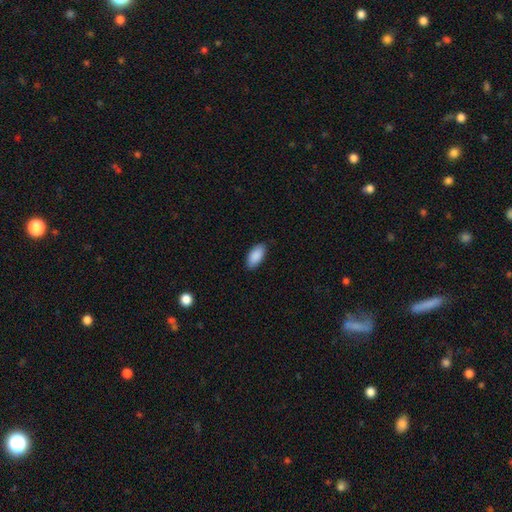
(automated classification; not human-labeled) This appears to be a smooth galaxy with no disk features (90%) that is in between round and cigar-shaped (94%). Merging: none (84%).